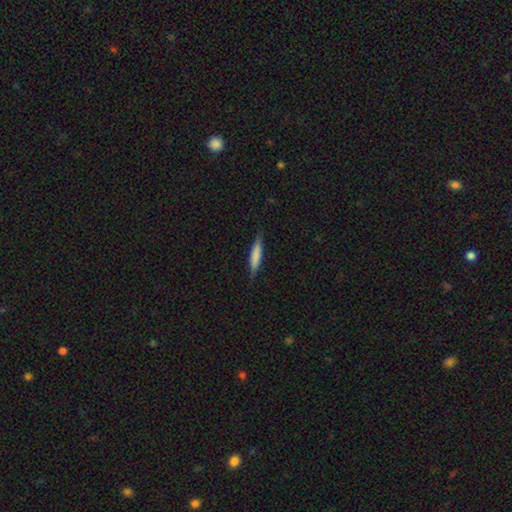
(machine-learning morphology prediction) Smooth or featured? smooth (68%)
How rounded? cigar-shaped (87%)
Merging? none (85%)